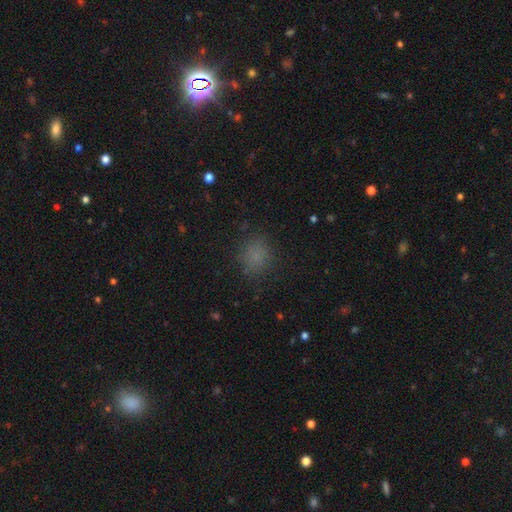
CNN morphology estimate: This is likely a smooth galaxy (77%). How rounded: likely round (75%). Merging: clearly none (83%).